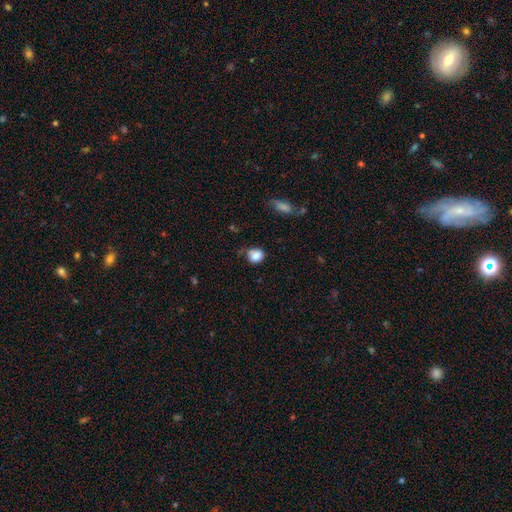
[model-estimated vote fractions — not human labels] smooth_or_featured: smooth (p=0.85) [alt: star or artifact p=0.09]
how_rounded: round (p=0.66) [alt: in between p=0.33]
merging: none (p=0.54) [alt: minor disturbance p=0.31]